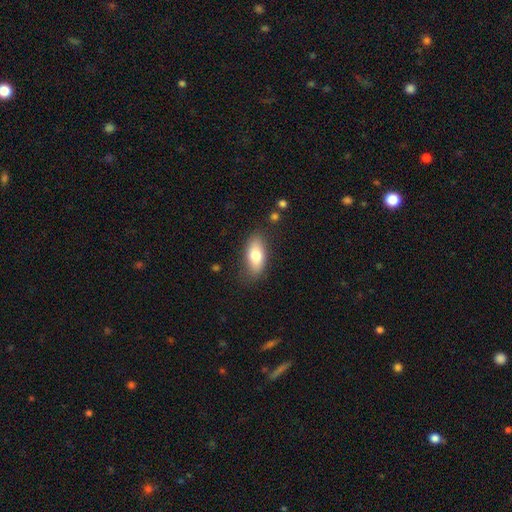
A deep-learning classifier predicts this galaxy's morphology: This is likely a smooth galaxy (77%). How rounded: clearly in between (85%). Merging: clearly none (80%).